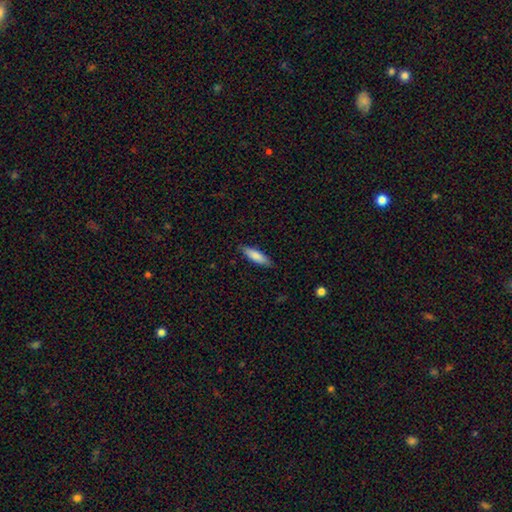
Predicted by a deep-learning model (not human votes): Q: Smooth or featured?
A: smooth (83%); runner-up: featured or disk (12%)
Q: How rounded?
A: cigar-shaped (61%); runner-up: in between (37%)
Q: Merging?
A: none (86%); runner-up: minor disturbance (10%)